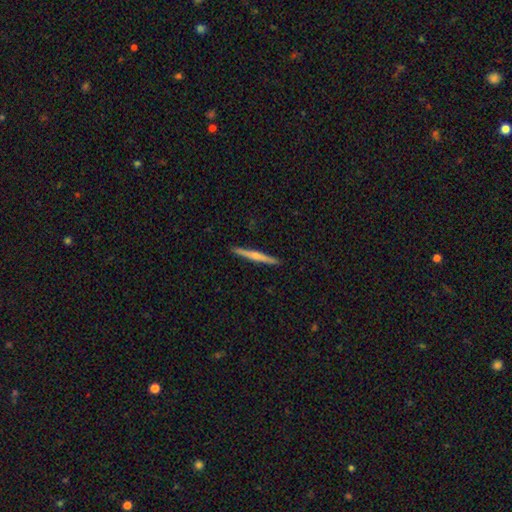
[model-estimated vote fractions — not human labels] Smooth or featured?
  - featured or disk: 56% *
  - smooth: 38%
  - star or artifact: 6%
Edge-on disk?
  - yes: 98% *
  - no: 2%
Edge-on bulge?
  - rounded: 72% *
  - none: 22%
  - boxy: 6%
Merging?
  - none: 92% *
  - minor disturbance: 6%
  - major disturbance: 1%
  - merger: 1%